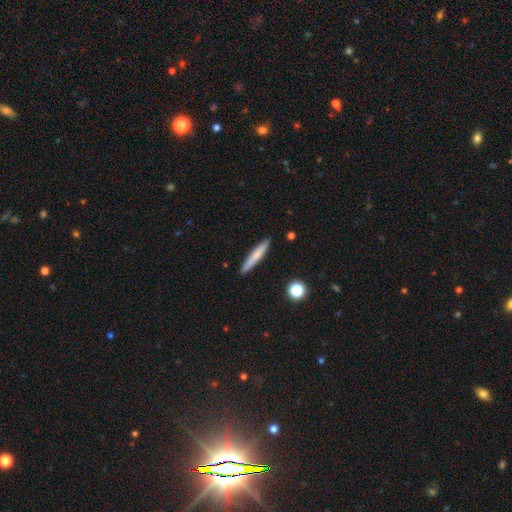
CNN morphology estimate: Overall: smooth (68%). How rounded: cigar-shaped (94%). Merging: none (90%).